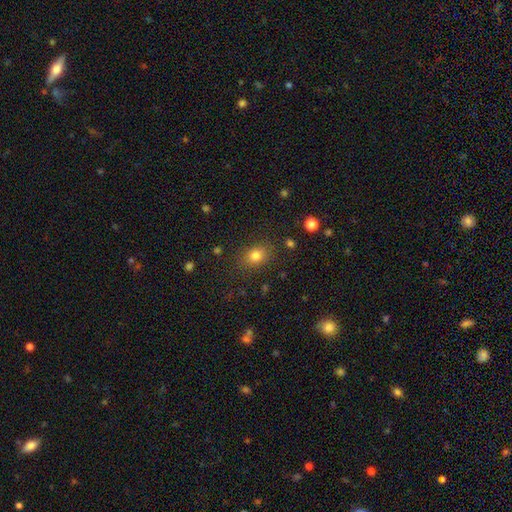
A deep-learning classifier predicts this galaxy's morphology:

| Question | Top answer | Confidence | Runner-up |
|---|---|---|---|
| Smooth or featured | smooth | 80% | star or artifact (13%) |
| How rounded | in between | 54% | round (45%) |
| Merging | none | 83% | minor disturbance (11%) |